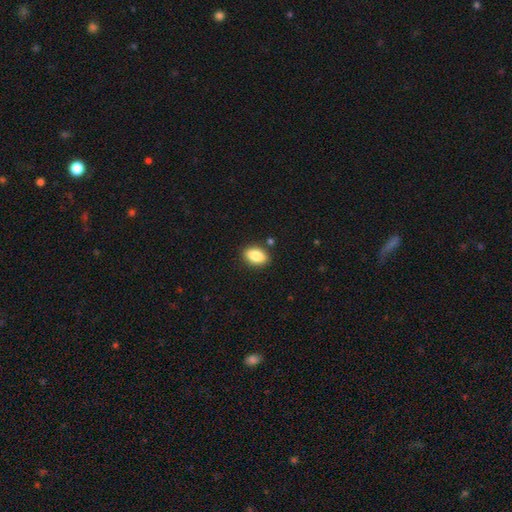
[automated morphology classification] Smooth or featured? smooth (85%)
How rounded? in between (87%)
Merging? none (87%)